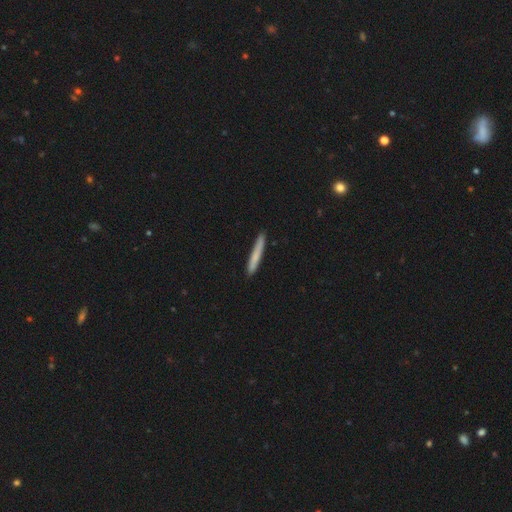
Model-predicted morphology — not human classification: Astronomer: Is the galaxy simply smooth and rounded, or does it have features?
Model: smooth — 74%.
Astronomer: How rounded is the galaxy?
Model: cigar-shaped — 96%.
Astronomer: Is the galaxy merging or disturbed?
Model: none — 89%.